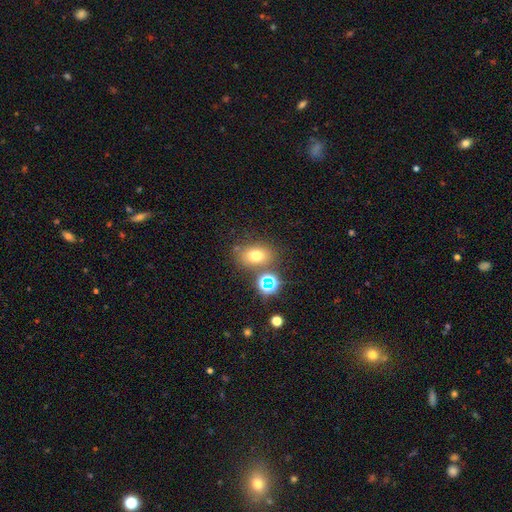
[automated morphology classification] Overall: smooth (70%). How rounded: in between (65%; round 33%). Merging: none (69%).